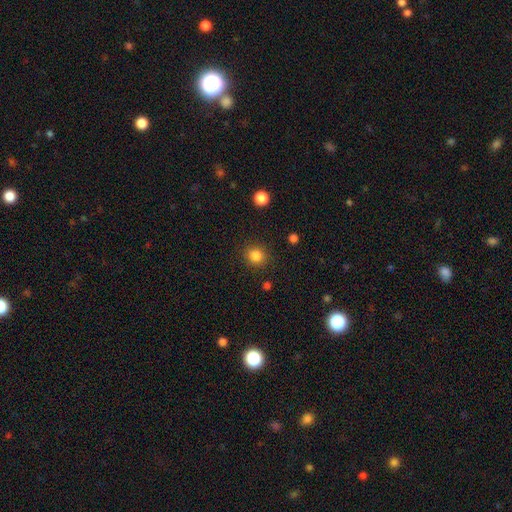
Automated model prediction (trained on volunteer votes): smooth 85%, star or artifact 11%, featured or disk 4%. Down the decision tree: how rounded — round (88%); merging — none (89%).